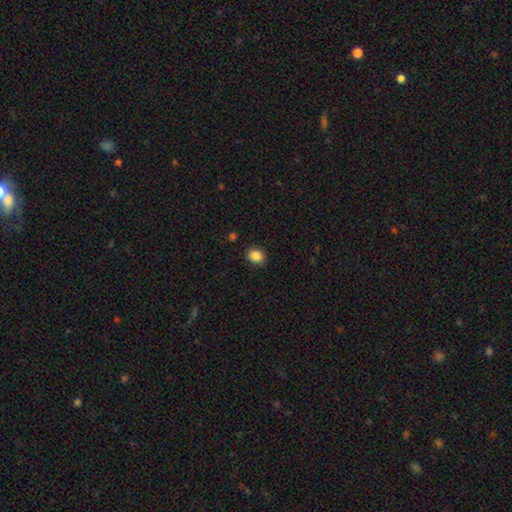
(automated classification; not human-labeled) Q: Smooth or featured?
A: smooth (86%); runner-up: star or artifact (10%)
Q: How rounded?
A: round (60%); runner-up: in between (39%)
Q: Merging?
A: none (89%); runner-up: minor disturbance (8%)